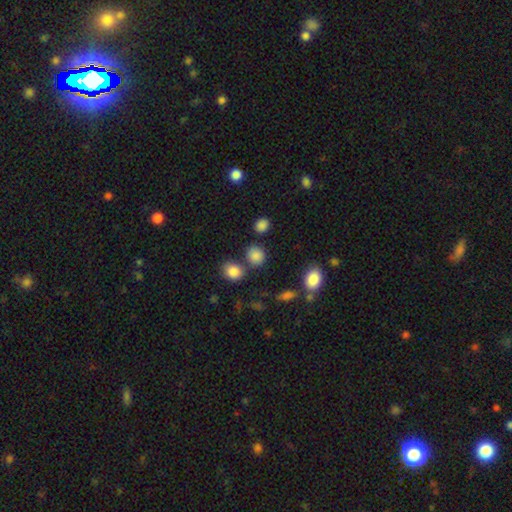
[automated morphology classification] The model was most divided on "how rounded": round: 74%, in between: 25%, cigar-shaped: 1%. More confident: smooth or featured — smooth (83%); merging — none (70%).